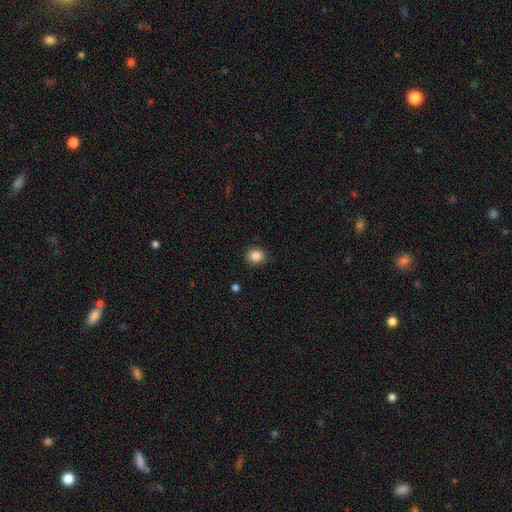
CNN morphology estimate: A smooth galaxy with no disk features (85%) that is round (69%).

Vote fractions:
- Smooth or featured? smooth: 85% / star or artifact: 10% / featured or disk: 5%
- How rounded? round: 69% / in between: 30% / cigar-shaped: 1%
- Merging? none: 88% / minor disturbance: 9% / major disturbance: 2% / merger: 1%